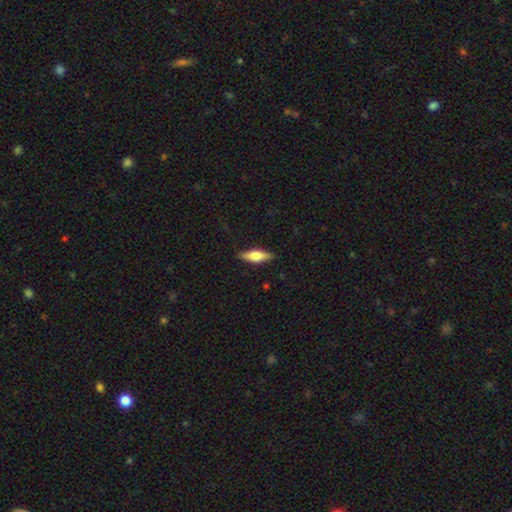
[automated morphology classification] smooth_or_featured: smooth (p=0.52) [alt: featured or disk p=0.42]
how_rounded: in between (p=0.51) [alt: cigar-shaped p=0.46]
merging: none (p=0.87) [alt: minor disturbance p=0.10]